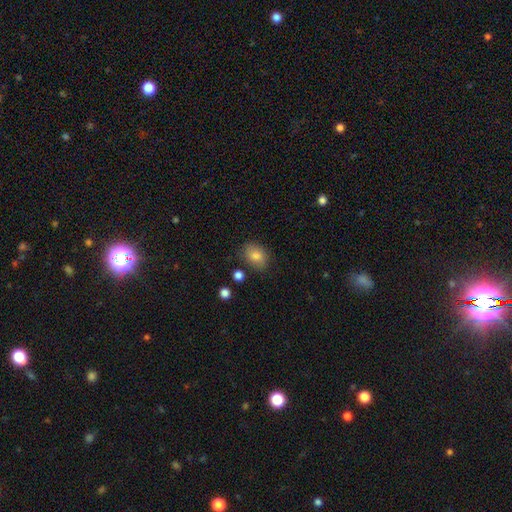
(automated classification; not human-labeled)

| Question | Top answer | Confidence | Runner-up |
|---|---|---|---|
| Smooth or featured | smooth | 80% | featured or disk (10%) |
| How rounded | in between | 64% | round (34%) |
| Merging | none | 78% | minor disturbance (15%) |